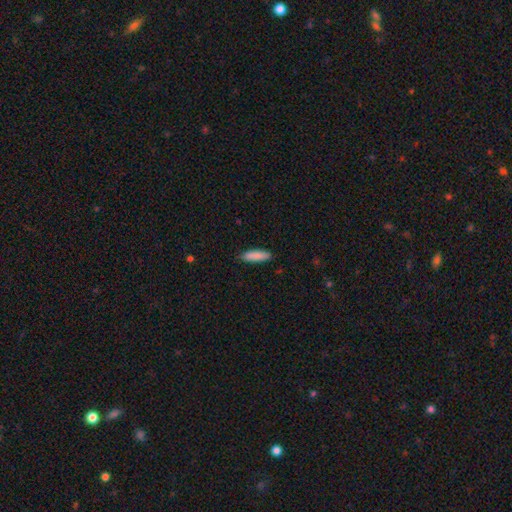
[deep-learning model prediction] Q: Smooth or featured?
A: smooth (87%); runner-up: featured or disk (7%)
Q: How rounded?
A: cigar-shaped (59%); runner-up: in between (39%)
Q: Merging?
A: none (85%); runner-up: minor disturbance (12%)